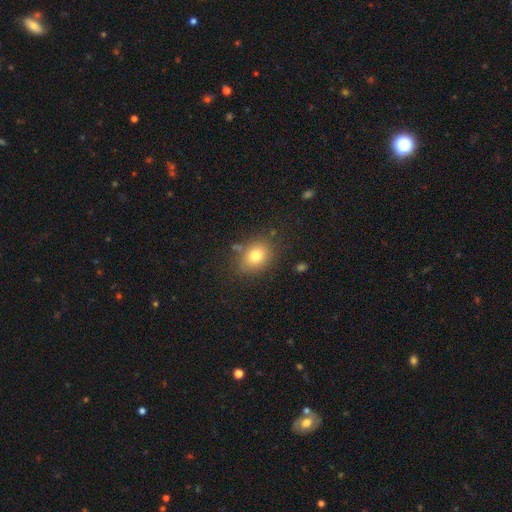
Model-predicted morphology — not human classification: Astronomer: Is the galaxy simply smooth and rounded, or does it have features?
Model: smooth — 78%.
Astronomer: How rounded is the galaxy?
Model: in between — 54% (runner-up: round, 45%).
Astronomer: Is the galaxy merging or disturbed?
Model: none — 78%.